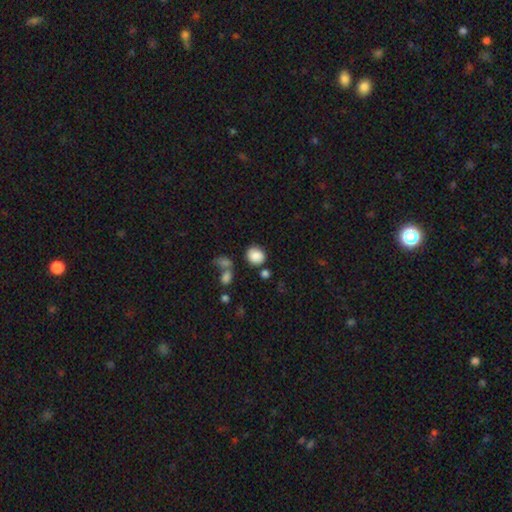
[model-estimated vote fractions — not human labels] Smooth or featured? smooth (85%)
How rounded? round (73%)
Merging? none (72%)